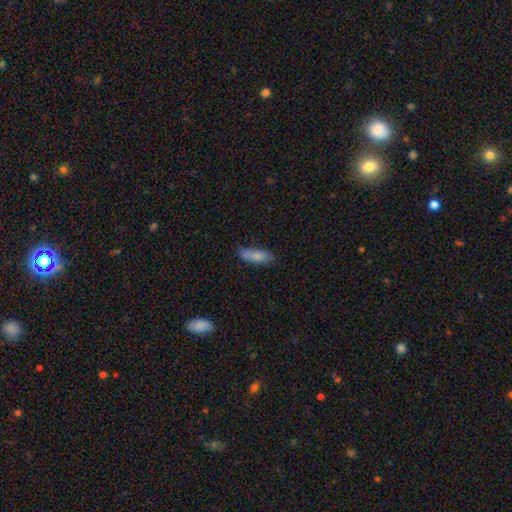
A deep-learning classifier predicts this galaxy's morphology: Smooth or featured? Predicted: smooth (p=0.82). How rounded? Predicted: in between (p=0.59). Merging? Predicted: none (p=0.72).